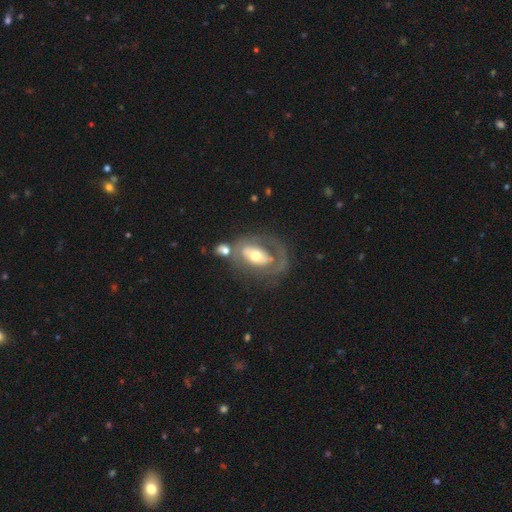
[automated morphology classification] Smooth or featured? featured or disk (67%)
Edge-on disk? no (93%)
Bar? no (54%)
Spiral arms? yes (52%)
Bulge size? moderate (65%)
Merging? none (43%)